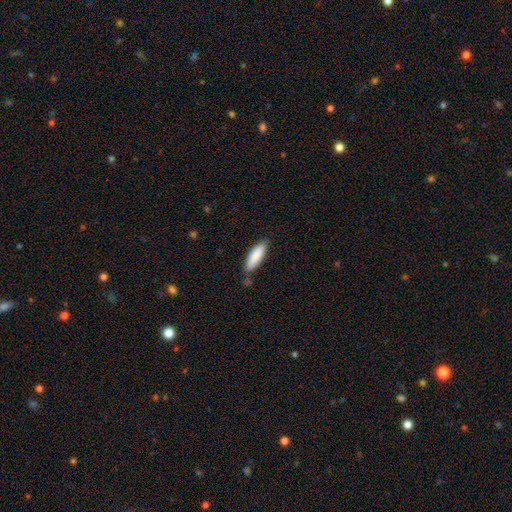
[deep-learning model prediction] Morphology: type=smooth (87%); roundness=cigar-shaped (51%); merging=none (78%).